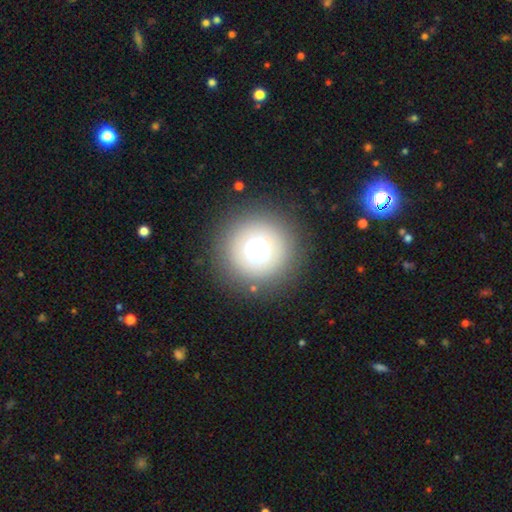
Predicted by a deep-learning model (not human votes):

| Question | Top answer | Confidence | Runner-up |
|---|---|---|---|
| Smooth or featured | smooth | 63% | featured or disk (21%) |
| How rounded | round | 95% | in between (4%) |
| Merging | none | 84% | minor disturbance (9%) |